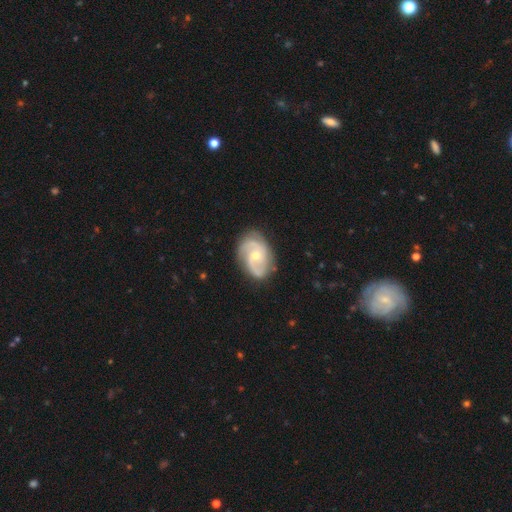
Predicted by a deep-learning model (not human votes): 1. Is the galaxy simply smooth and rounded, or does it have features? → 86% featured or disk, 10% smooth, 5% star or artifact.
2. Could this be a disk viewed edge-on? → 97% no, 3% yes.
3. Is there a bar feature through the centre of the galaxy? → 63% no, 31% weak, 5% strong.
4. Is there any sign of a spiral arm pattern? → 96% yes, 4% no.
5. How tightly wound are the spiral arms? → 49% medium, 36% tight, 15% loose.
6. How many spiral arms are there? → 57% 2, 23% 3, 10% can't tell, 4% 1, 3% 4, 3% more than 4.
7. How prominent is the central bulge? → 50% small, 47% moderate, 1% large, 1% none, 1% dominant.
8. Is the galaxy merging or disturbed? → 75% none, 18% minor disturbance, 5% major disturbance, 1% merger.